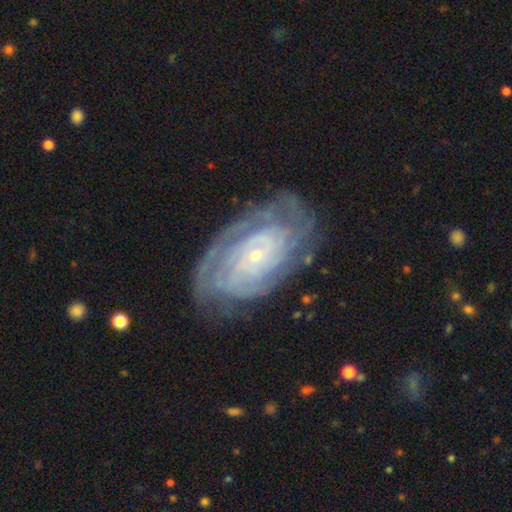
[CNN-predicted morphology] Smooth or featured? Predicted: featured or disk (p=0.85). Edge-on disk? Predicted: no (p=0.96). Bar? Predicted: no (p=0.72). Spiral arms? Predicted: yes (p=0.95). Spiral winding? Predicted: tight (p=0.80). Spiral arm count? Predicted: can't tell (p=0.40). Bulge size? Predicted: small (p=0.84). Merging? Predicted: none (p=0.73).